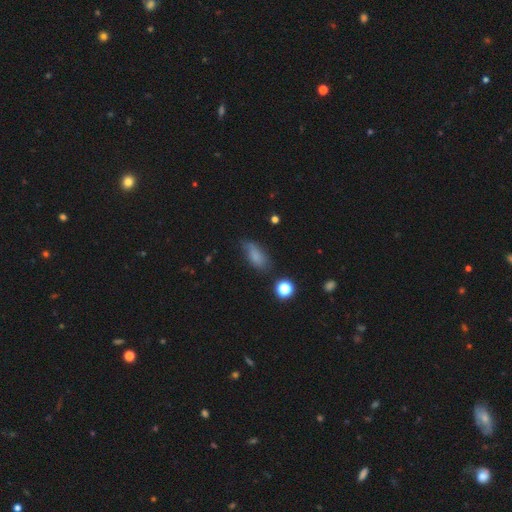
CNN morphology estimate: Smooth or featured? Predicted: smooth (p=0.75). How rounded? Predicted: in between (p=0.81). Merging? Predicted: none (p=0.57).